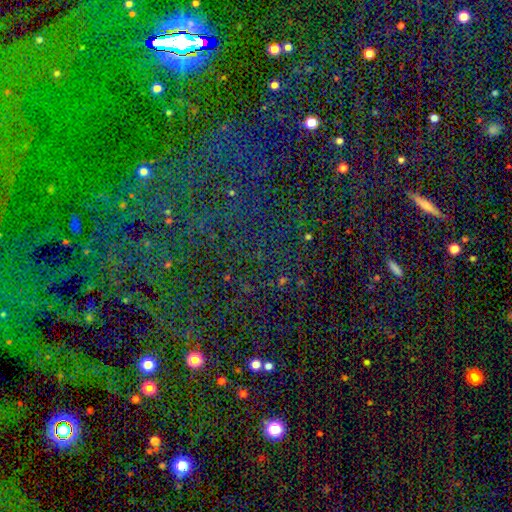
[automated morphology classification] Overall: star or artifact (78%).